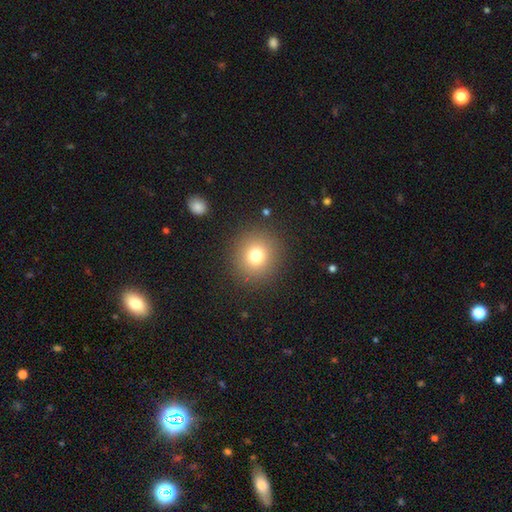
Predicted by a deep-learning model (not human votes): A smooth galaxy with no disk features (76%) that is round (92%).

Vote fractions:
- Smooth or featured? smooth: 76% / star or artifact: 14% / featured or disk: 10%
- How rounded? round: 92% / in between: 7% / cigar-shaped: 1%
- Merging? none: 90% / minor disturbance: 6% / major disturbance: 3% / merger: 1%